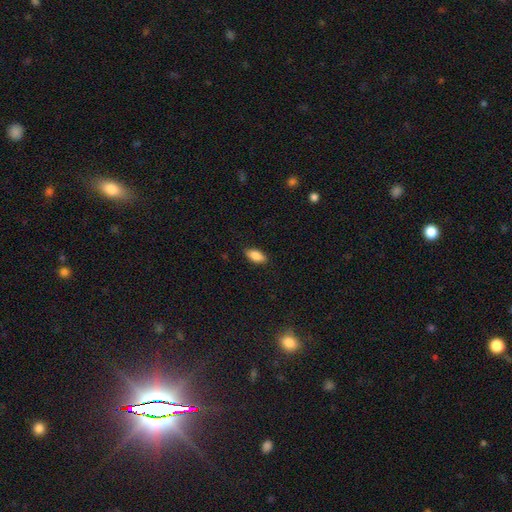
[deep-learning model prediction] This is clearly a smooth galaxy (87%). How rounded: clearly in between (90%). Merging: clearly none (87%).